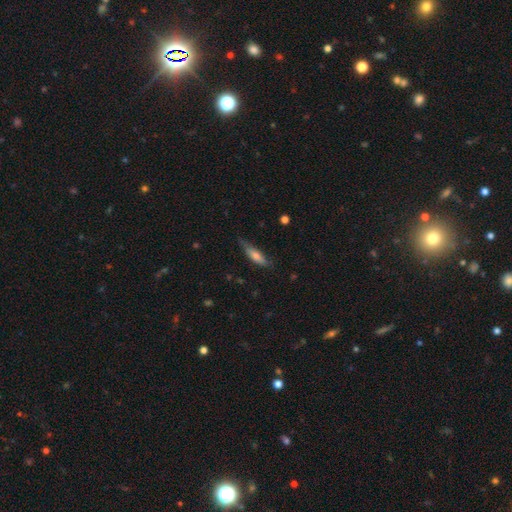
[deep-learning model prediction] smooth 64%, featured or disk 29%, star or artifact 7%. Down the decision tree: how rounded — cigar-shaped (64%); merging — none (68%).